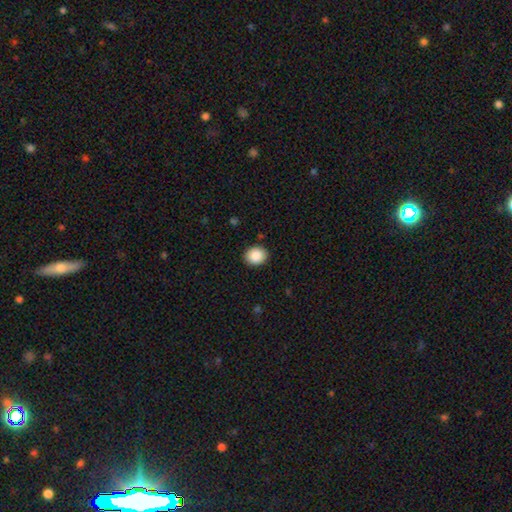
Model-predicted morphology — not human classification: The model was most divided on "how rounded": round: 60%, in between: 39%, cigar-shaped: 1%. More confident: merging — none (90%); smooth or featured — smooth (88%).